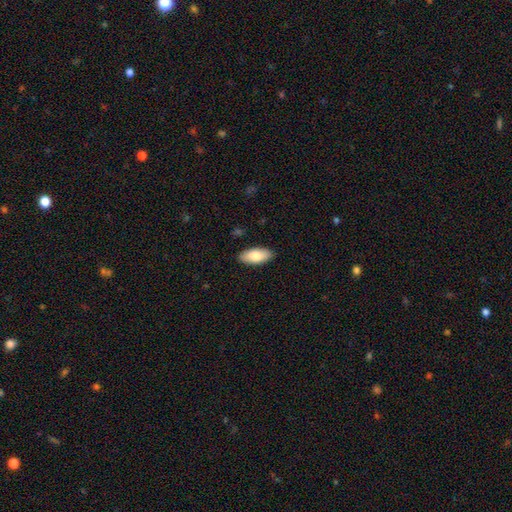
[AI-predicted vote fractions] Overall: smooth (83%). How rounded: in between (91%). Merging: none (89%).